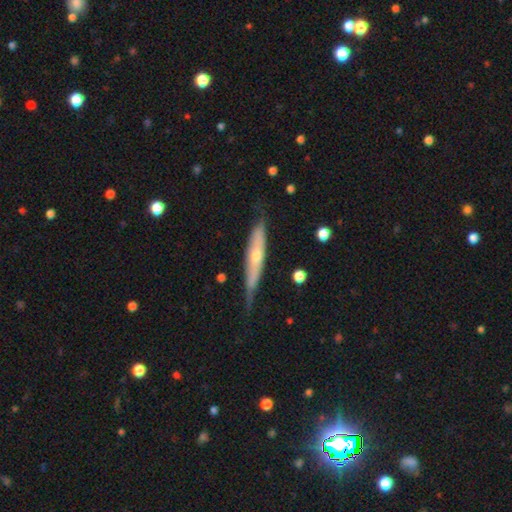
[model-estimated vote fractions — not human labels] Morphology: type=featured or disk (56%); edge-on=yes (79%); merging=none (63%).